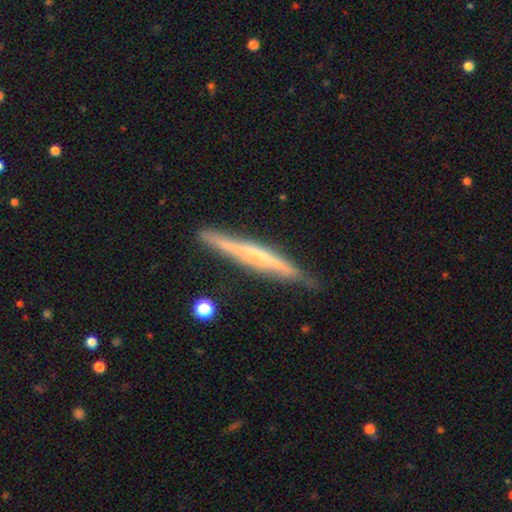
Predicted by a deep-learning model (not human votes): Overall: featured or disk (67%). Edge-on disk: yes (95%). Edge-on bulge: rounded (50%; none 42%). Merging: none (81%).